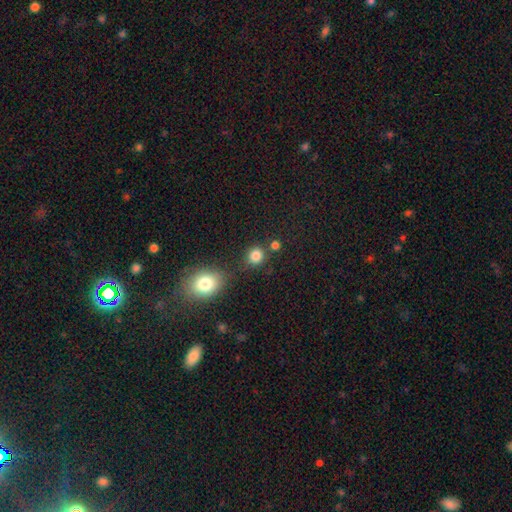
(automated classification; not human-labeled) Q: Smooth or featured?
A: smooth (83%); runner-up: star or artifact (12%)
Q: How rounded?
A: round (82%); runner-up: in between (17%)
Q: Merging?
A: none (72%); runner-up: merger (13%)